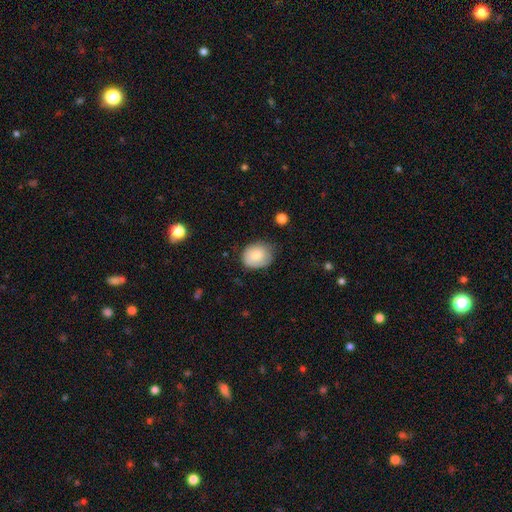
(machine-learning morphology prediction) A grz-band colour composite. It shows a smooth galaxy with no disk features (80%) that is round (57%). Merging: none (61%).